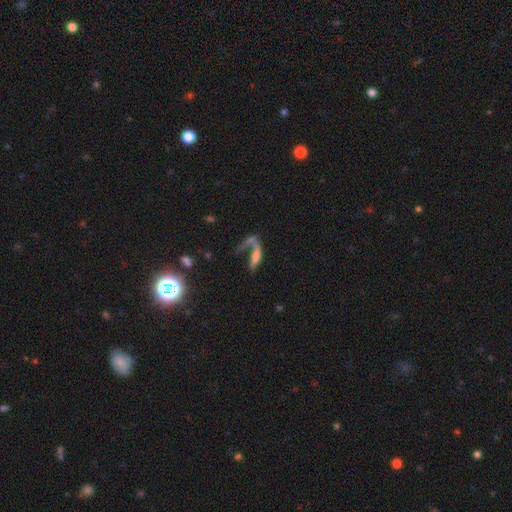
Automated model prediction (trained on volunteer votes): Smooth or featured? smooth (45%)
Merging? major disturbance (41%)